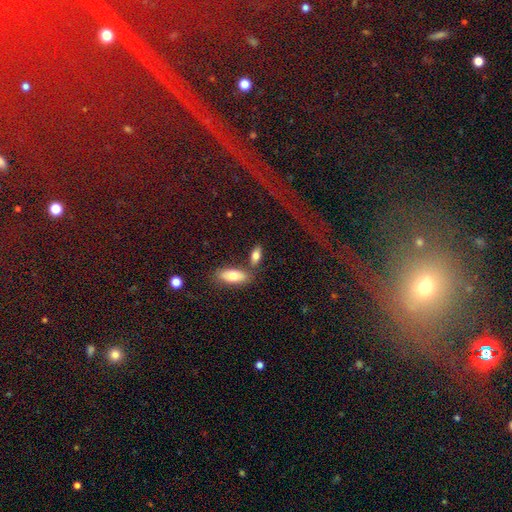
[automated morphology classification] Overall: smooth (77%). How rounded: in between (80%). Merging: none (62%; merger 23%).